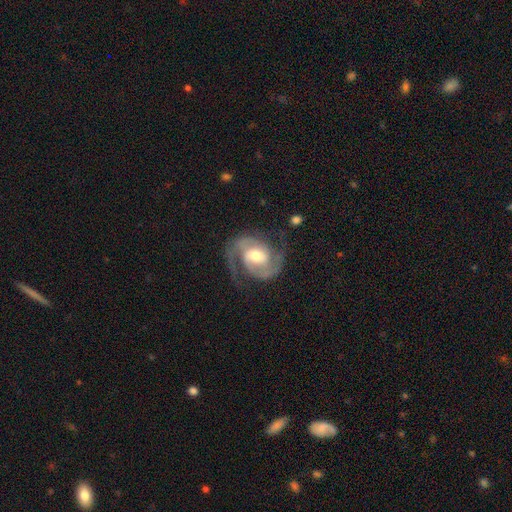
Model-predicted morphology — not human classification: type=featured or disk (91%); edge-on=no (98%); bar=weak (44%); spiral arms=yes (98%); winding=medium (55%); arm count=2 (92%); bulge=moderate (67%); merging=none (76%).